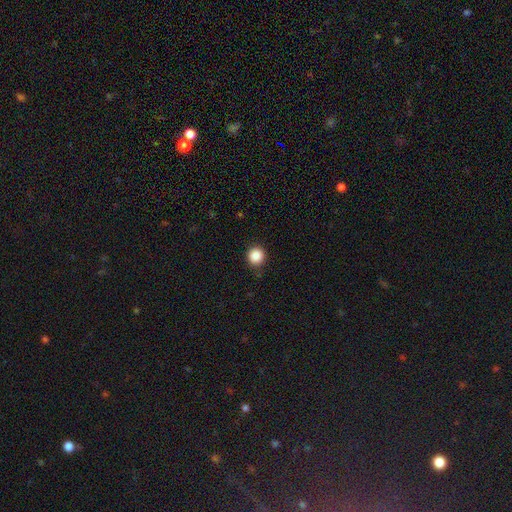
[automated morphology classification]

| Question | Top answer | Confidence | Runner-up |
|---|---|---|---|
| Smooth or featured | smooth | 88% | star or artifact (10%) |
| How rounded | round | 94% | in between (5%) |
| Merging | none | 89% | minor disturbance (7%) |